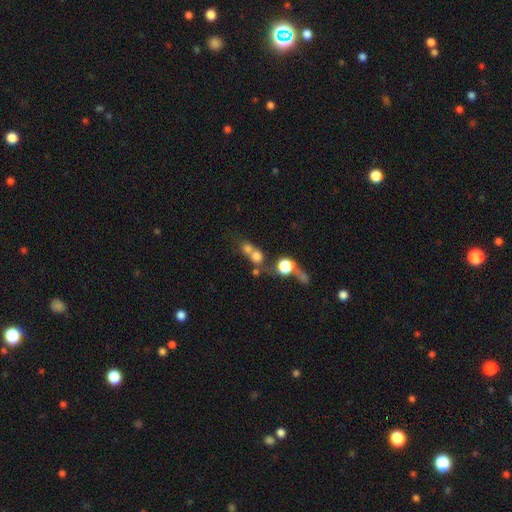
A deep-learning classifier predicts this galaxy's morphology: Q: Smooth or featured?
A: smooth (63%); runner-up: star or artifact (20%)
Q: How rounded?
A: round (78%); runner-up: in between (19%)
Q: Merging?
A: merger (54%); runner-up: none (30%)